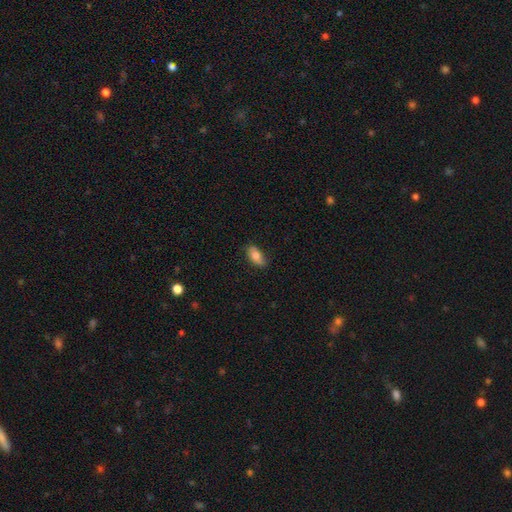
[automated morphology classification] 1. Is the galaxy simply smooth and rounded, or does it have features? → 73% smooth, 20% featured or disk, 7% star or artifact.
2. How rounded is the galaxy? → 88% in between, 8% cigar-shaped, 4% round.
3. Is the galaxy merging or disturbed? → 78% none, 18% minor disturbance, 3% major disturbance, 1% merger.